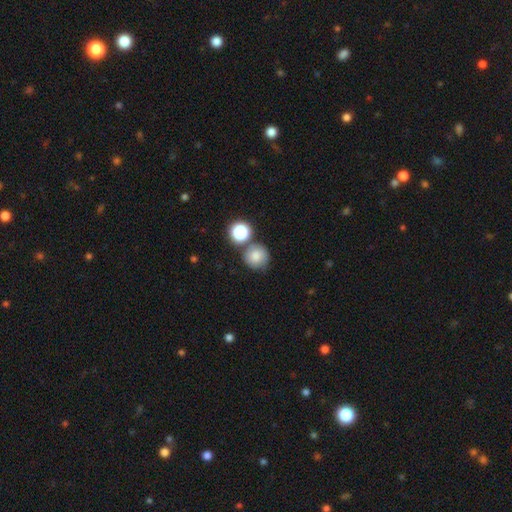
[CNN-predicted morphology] Smooth or featured? smooth (75%)
How rounded? round (90%)
Merging? none (66%)